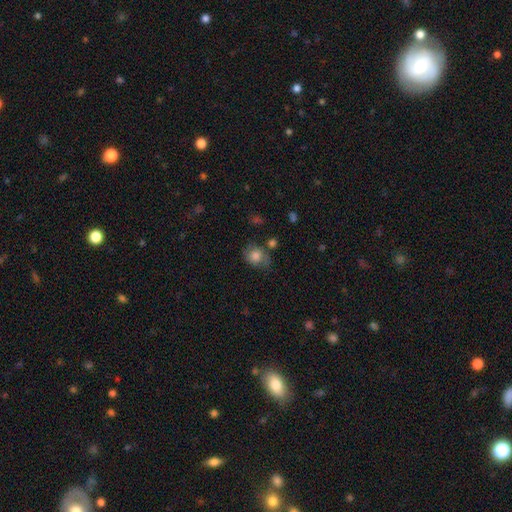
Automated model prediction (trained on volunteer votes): Smooth or featured: smooth — 76% (featured or disk — 15%)
How rounded: round — 61% (in between — 38%)
Merging: none — 53% (minor disturbance — 28%)